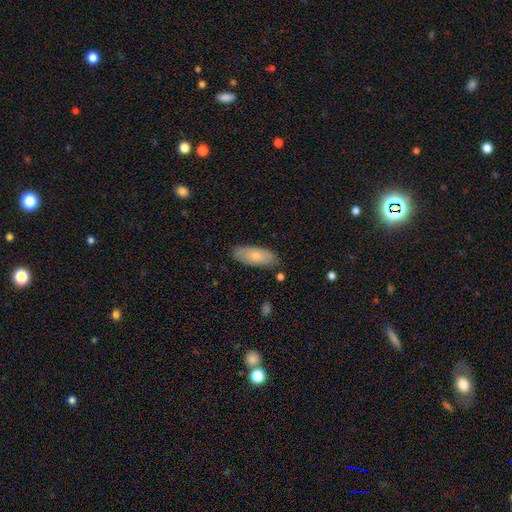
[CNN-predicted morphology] Smooth or featured?
  - smooth: 70% *
  - featured or disk: 25%
  - star or artifact: 6%
How rounded?
  - in between: 84% *
  - cigar-shaped: 14%
  - round: 2%
Merging?
  - none: 80% *
  - minor disturbance: 15%
  - major disturbance: 3%
  - merger: 2%